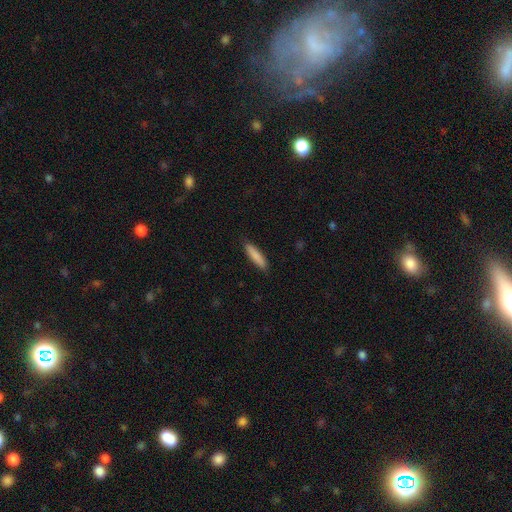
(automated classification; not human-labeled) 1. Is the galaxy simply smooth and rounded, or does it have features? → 86% smooth, 8% featured or disk, 6% star or artifact.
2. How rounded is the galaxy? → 81% cigar-shaped, 18% in between, 1% round.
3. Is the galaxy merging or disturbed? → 89% none, 8% minor disturbance, 2% major disturbance, 1% merger.